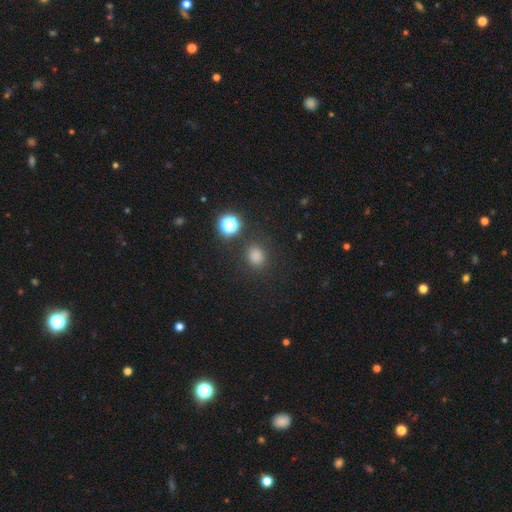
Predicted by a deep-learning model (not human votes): Smooth or featured: smooth — 75% (star or artifact — 20%)
How rounded: round — 72% (in between — 27%)
Merging: none — 83% (minor disturbance — 9%)